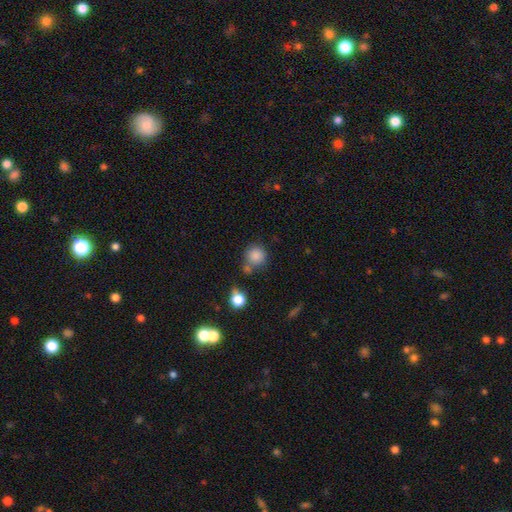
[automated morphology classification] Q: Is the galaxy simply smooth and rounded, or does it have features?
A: smooth — 84%.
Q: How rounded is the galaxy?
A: round — 91%.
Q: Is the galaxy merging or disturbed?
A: none — 63%.